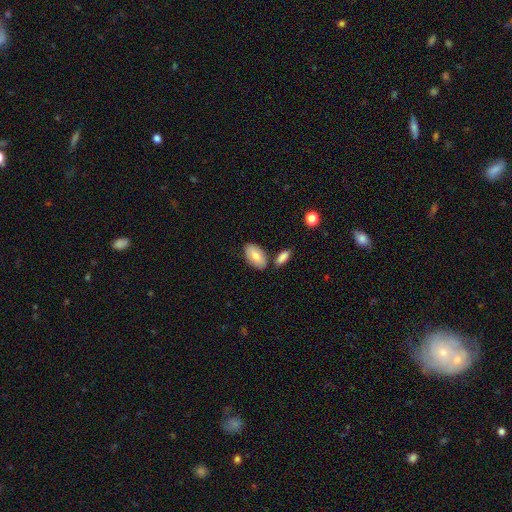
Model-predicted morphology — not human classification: This is likely a smooth galaxy (77%). How rounded: clearly in between (94%). Merging: likely none (73%).